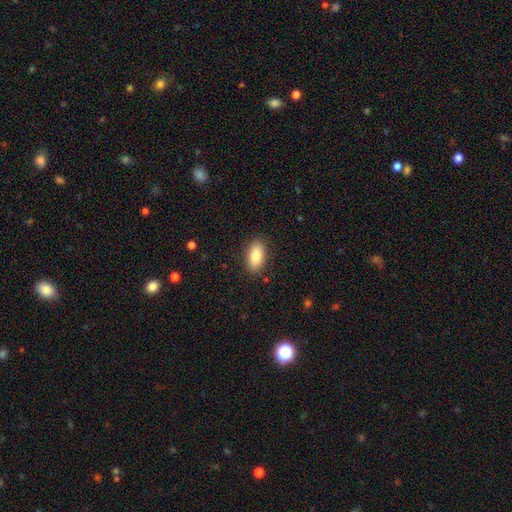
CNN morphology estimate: Smooth or featured?
  - smooth: 85% *
  - featured or disk: 8%
  - star or artifact: 7%
How rounded?
  - in between: 91% *
  - cigar-shaped: 6%
  - round: 4%
Merging?
  - none: 87% *
  - minor disturbance: 9%
  - major disturbance: 2%
  - merger: 1%